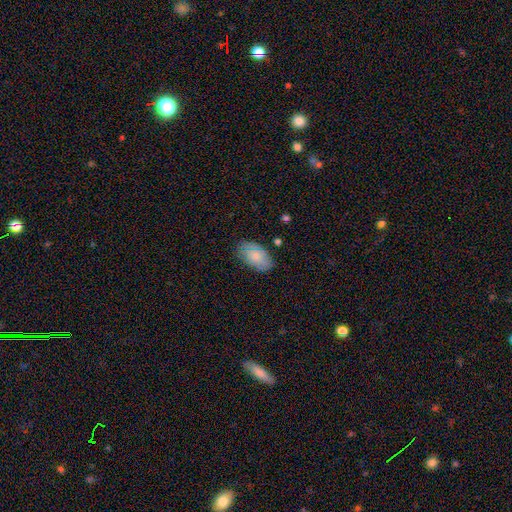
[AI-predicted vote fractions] Smooth or featured? Predicted: smooth (p=0.75). How rounded? Predicted: in between (p=0.93). Merging? Predicted: none (p=0.79).